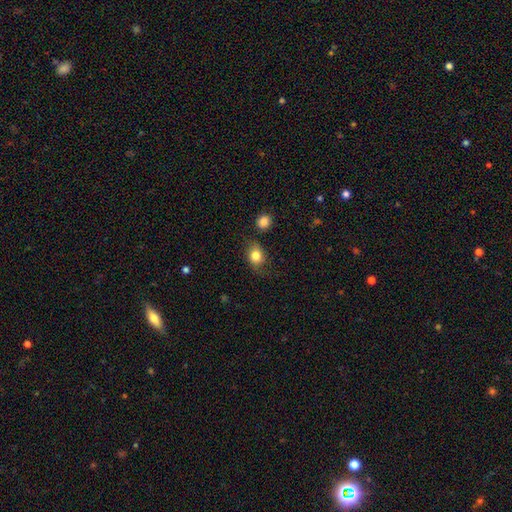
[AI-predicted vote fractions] Morphology: type=smooth (82%); roundness=in between (50%); merging=none (71%).